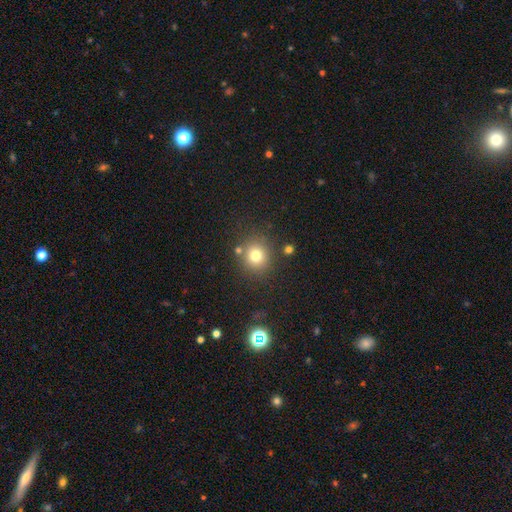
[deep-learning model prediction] Smooth or featured?
  - smooth: 77% *
  - star or artifact: 15%
  - featured or disk: 8%
How rounded?
  - round: 87% *
  - in between: 12%
  - cigar-shaped: 1%
Merging?
  - none: 80% *
  - minor disturbance: 9%
  - merger: 7%
  - major disturbance: 4%